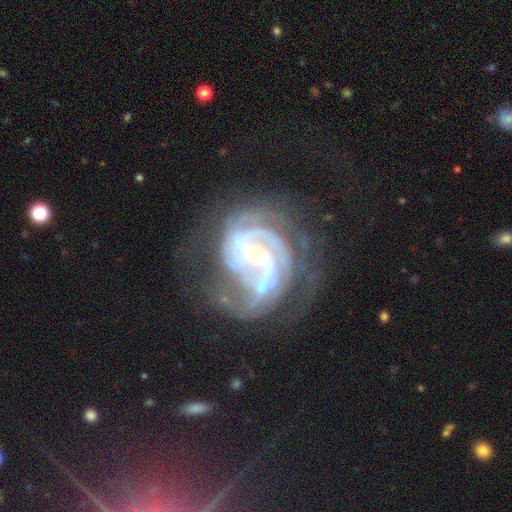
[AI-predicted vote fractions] Smooth or featured? Predicted: featured or disk (p=0.89). Edge-on disk? Predicted: no (p=0.98). Bar? Predicted: no (p=0.40). Spiral arms? Predicted: yes (p=0.96). Spiral winding? Predicted: tight (p=0.44, tied with medium). Spiral arm count? Predicted: 2 (p=0.32). Bulge size? Predicted: small (p=0.80). Merging? Predicted: none (p=0.46).